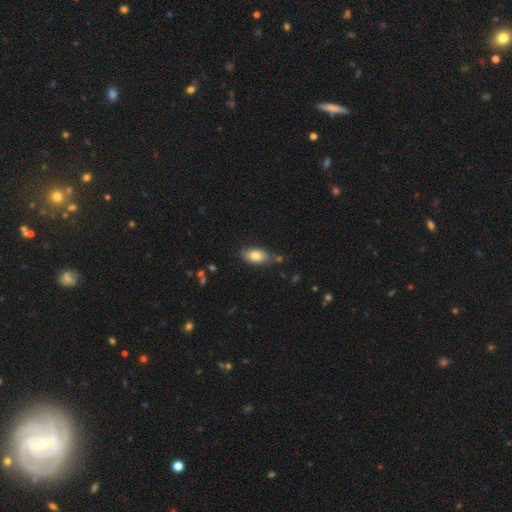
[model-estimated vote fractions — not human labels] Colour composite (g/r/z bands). It shows a smooth galaxy with no disk features (80%) that is in between round and cigar-shaped (91%). Merging: none (73%).